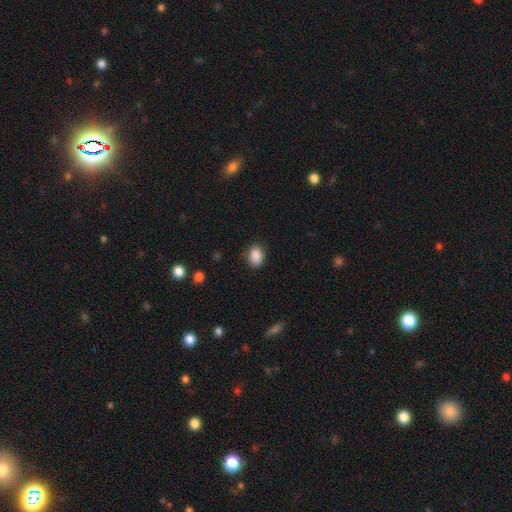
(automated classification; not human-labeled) The model was most divided on "how rounded": in between: 80%, round: 19%, cigar-shaped: 1%. More confident: smooth or featured — smooth (89%); merging — none (85%).